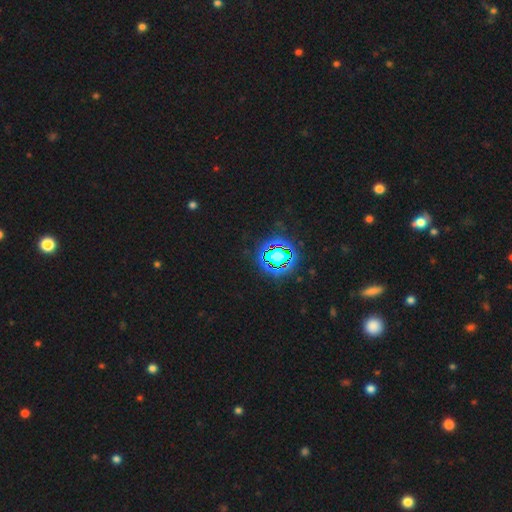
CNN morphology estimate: This is clearly a star or artifact rather than a galaxy (82%).